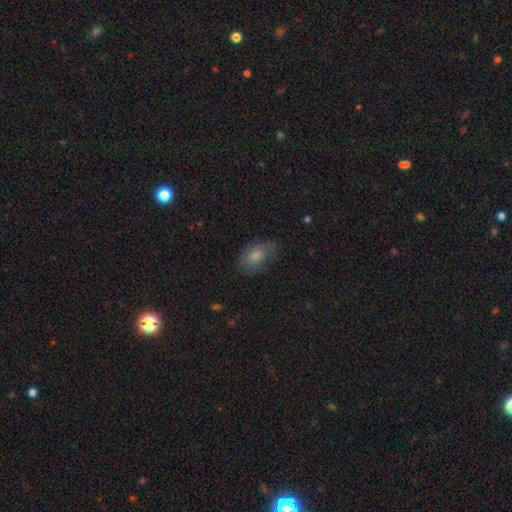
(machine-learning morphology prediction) Overall: smooth (70%). How rounded: in between (87%). Merging: none (61%; minor disturbance 27%).